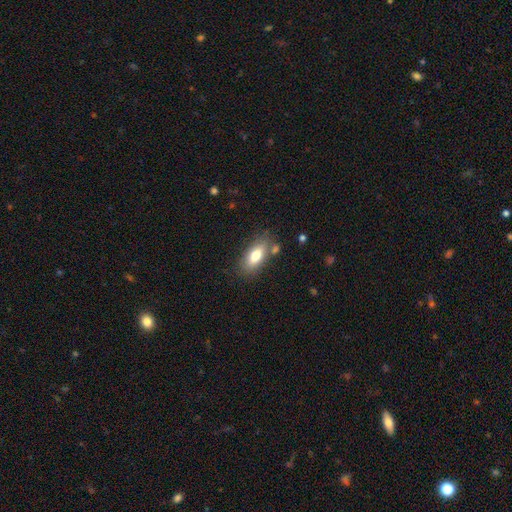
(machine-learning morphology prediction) This is likely a smooth galaxy (76%). How rounded: clearly in between (85%). Merging: likely none (75%).